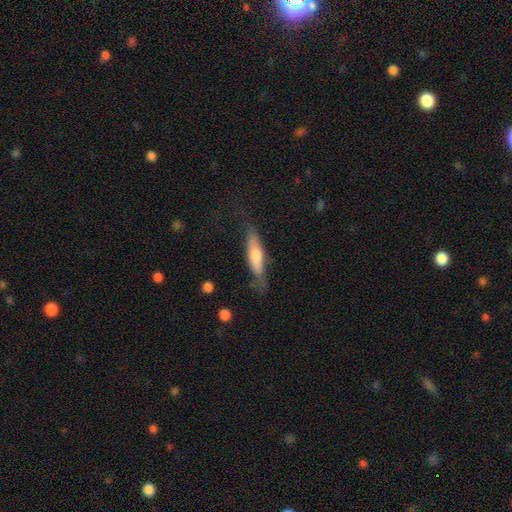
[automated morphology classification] Smooth or featured: smooth — 56% (featured or disk — 38%)
How rounded: cigar-shaped — 74% (in between — 24%)
Merging: none — 67% (minor disturbance — 22%)